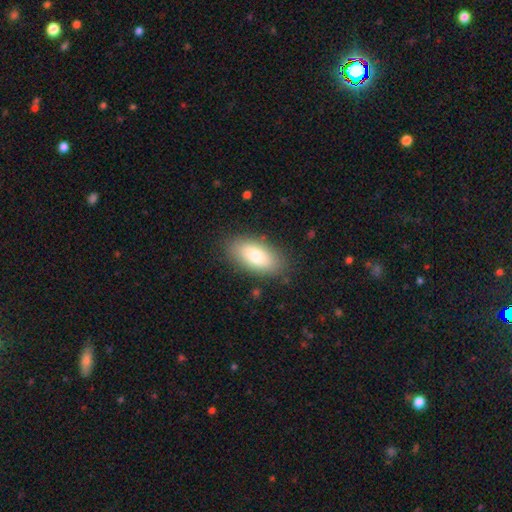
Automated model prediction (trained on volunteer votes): Smooth or featured? smooth (79%)
How rounded? in between (90%)
Merging? none (84%)